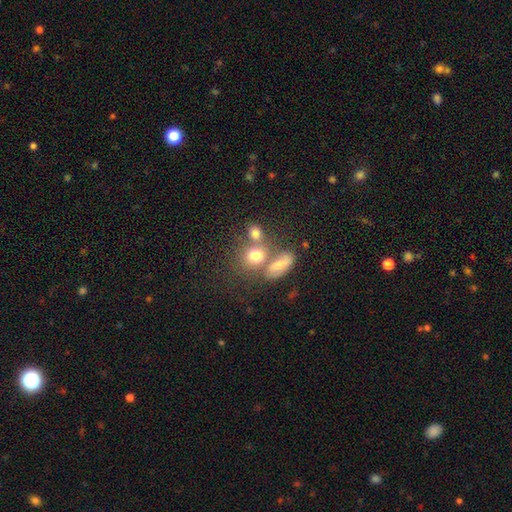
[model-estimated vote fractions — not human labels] A smooth galaxy with no disk features (74%) that is round (63%).

Vote fractions:
- Smooth or featured? smooth: 74% / featured or disk: 14% / star or artifact: 12%
- How rounded? round: 63% / in between: 35% / cigar-shaped: 2%
- Merging? none: 45% / merger: 37% / minor disturbance: 11% / major disturbance: 7%